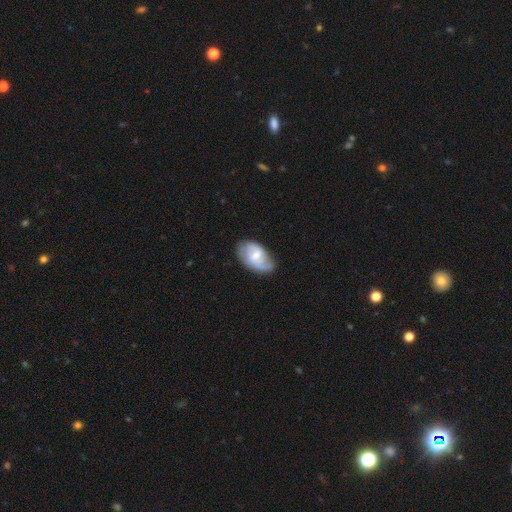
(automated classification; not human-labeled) Morphology: type=featured or disk (68%); edge-on=no (96%); bar=weak (54%); spiral arms=yes (89%); winding=medium (43%); arm count=2 (72%); bulge=small (48%); merging=none (68%).